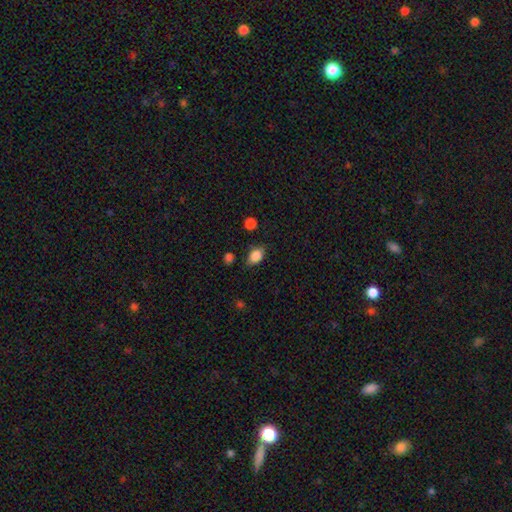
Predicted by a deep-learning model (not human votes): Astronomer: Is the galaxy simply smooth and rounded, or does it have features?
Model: smooth — 84%.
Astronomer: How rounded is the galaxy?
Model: in between — 80%.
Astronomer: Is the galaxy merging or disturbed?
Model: none — 74%.